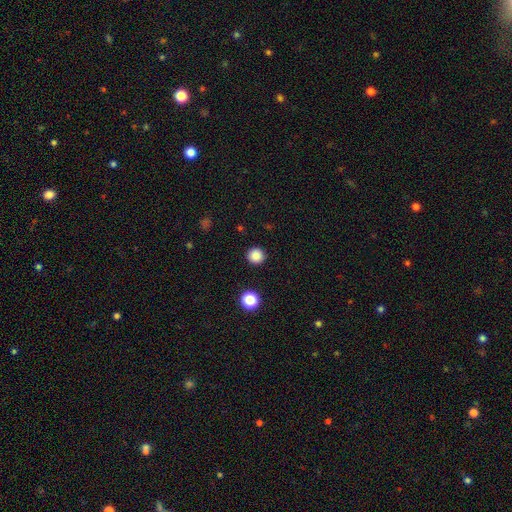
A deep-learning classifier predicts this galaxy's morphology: Smooth or featured? smooth (86%)
How rounded? round (95%)
Merging? none (92%)